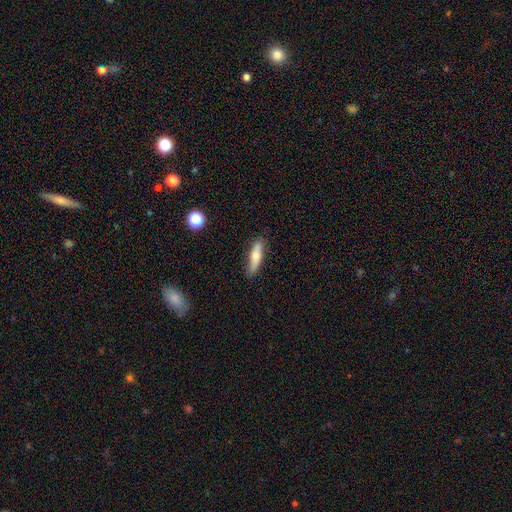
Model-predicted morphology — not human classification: A smooth galaxy with no disk features (60%) that is cigar-shaped (72%). Merging: none (83%).